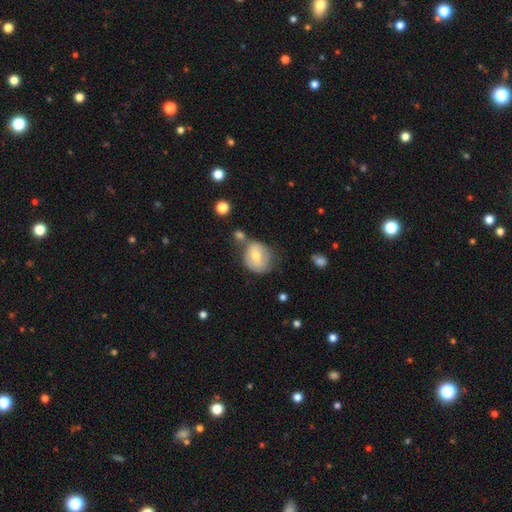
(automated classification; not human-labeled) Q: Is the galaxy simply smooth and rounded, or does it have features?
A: smooth — 53%.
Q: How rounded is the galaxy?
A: round — 66%.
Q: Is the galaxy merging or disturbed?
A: none — 45%.